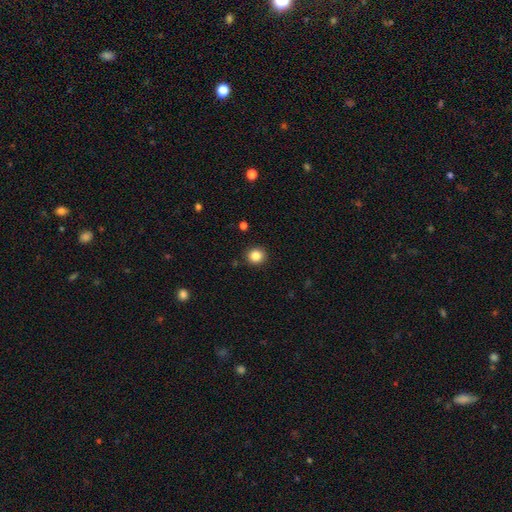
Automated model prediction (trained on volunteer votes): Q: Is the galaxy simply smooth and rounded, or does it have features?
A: smooth — 85%.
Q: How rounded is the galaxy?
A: round — 90%.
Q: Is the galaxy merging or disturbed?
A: none — 91%.